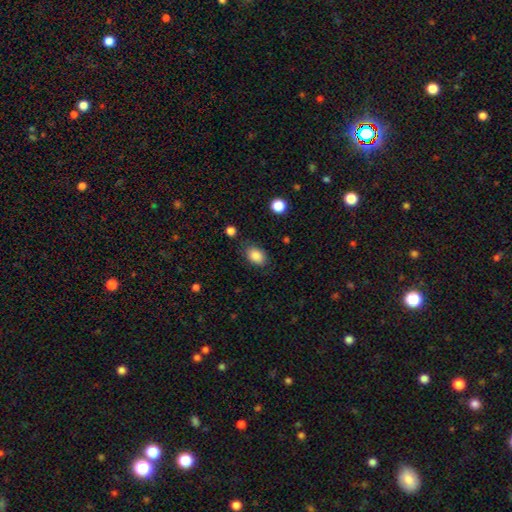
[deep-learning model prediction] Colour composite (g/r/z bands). It shows a smooth galaxy with no disk features (86%) that is in between round and cigar-shaped (78%). Merging: none (79%).